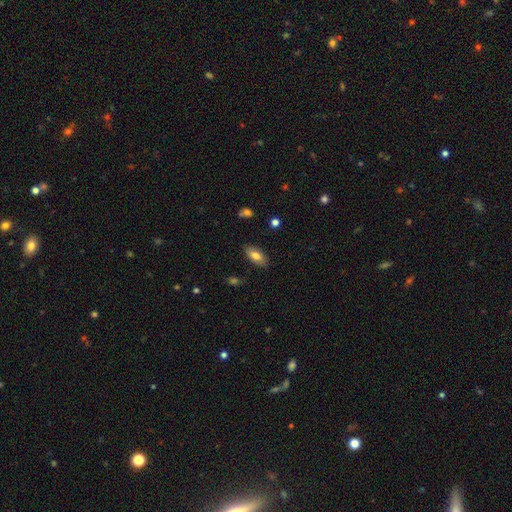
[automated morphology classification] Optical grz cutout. It shows a smooth galaxy with no disk features (77%) that is in between round and cigar-shaped (90%). Merging: none (86%).